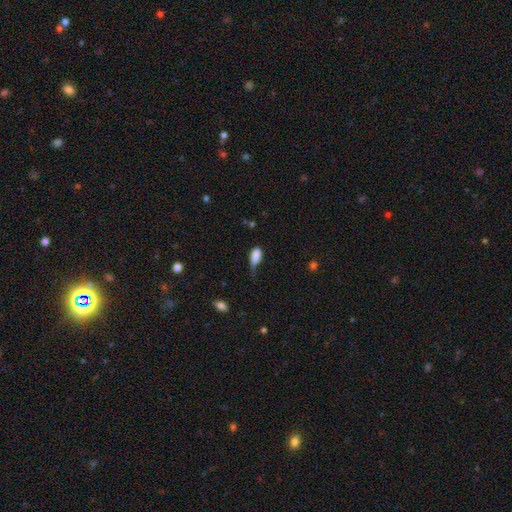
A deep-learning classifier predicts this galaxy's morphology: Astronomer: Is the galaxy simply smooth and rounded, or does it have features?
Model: smooth — 83%.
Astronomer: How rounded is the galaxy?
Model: in between — 88%.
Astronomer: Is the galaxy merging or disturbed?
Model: minor disturbance — 40% (runner-up: major disturbance, 29%).